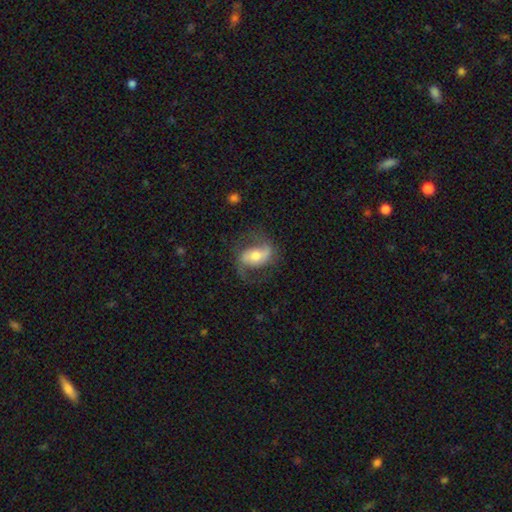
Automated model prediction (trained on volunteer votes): Overall: featured or disk (77%). Edge-on disk: no (96%). Bar: weak (35%; strong 33%). Spiral arms: yes (93%). Spiral arm count: 2 (89%). Spiral winding: loose (46%; medium 42%). Bulge size: moderate (59%; small 28%). Merging: none (69%).